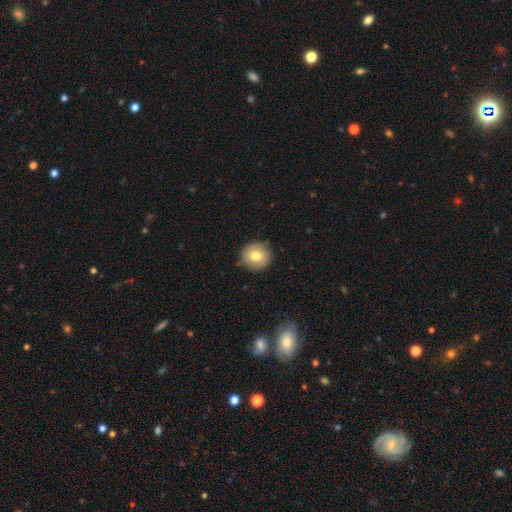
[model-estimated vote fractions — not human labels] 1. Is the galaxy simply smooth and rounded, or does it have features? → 76% smooth, 16% featured or disk, 8% star or artifact.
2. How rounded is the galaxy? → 94% round, 5% in between, 1% cigar-shaped.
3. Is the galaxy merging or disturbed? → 89% none, 8% minor disturbance, 2% major disturbance, 1% merger.